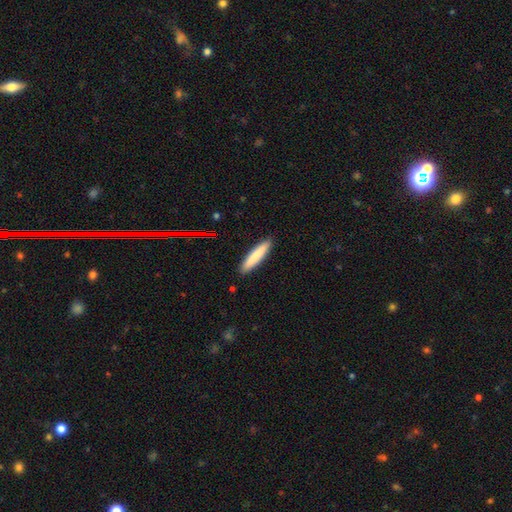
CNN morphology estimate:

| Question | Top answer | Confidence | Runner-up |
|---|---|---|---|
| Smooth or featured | smooth | 82% | featured or disk (12%) |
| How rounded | cigar-shaped | 88% | in between (11%) |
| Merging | none | 91% | minor disturbance (7%) |